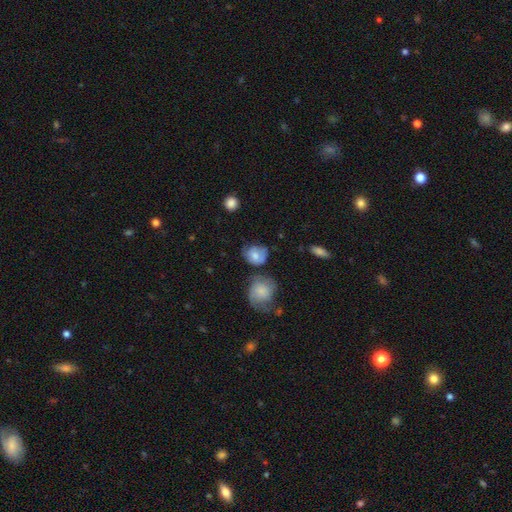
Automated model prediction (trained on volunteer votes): Smooth or featured?
  - smooth: 67% *
  - featured or disk: 25%
  - star or artifact: 8%
How rounded?
  - round: 66% *
  - in between: 33%
  - cigar-shaped: 1%
Merging?
  - none: 47% *
  - minor disturbance: 29%
  - major disturbance: 15%
  - merger: 9%